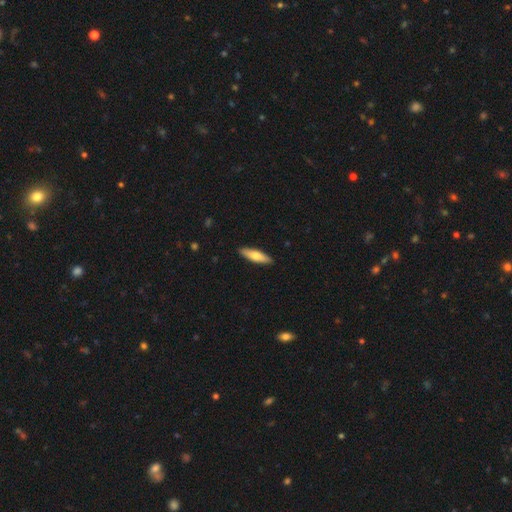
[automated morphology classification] Q: Smooth or featured?
A: smooth (67%); runner-up: featured or disk (27%)
Q: How rounded?
A: cigar-shaped (62%); runner-up: in between (36%)
Q: Merging?
A: none (90%); runner-up: minor disturbance (7%)